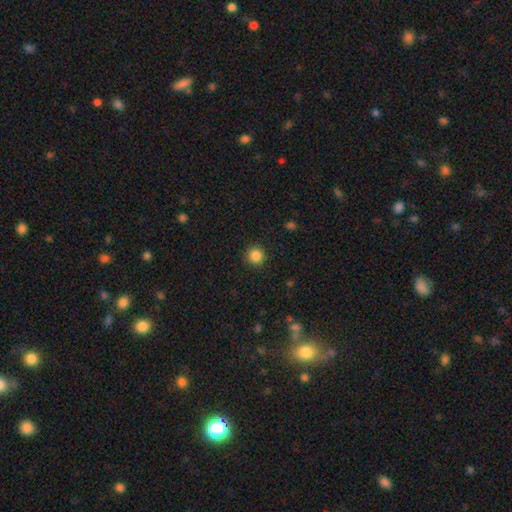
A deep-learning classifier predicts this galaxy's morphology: Q: Smooth or featured?
A: smooth (86%); runner-up: star or artifact (11%)
Q: How rounded?
A: round (95%); runner-up: in between (4%)
Q: Merging?
A: none (91%); runner-up: minor disturbance (6%)